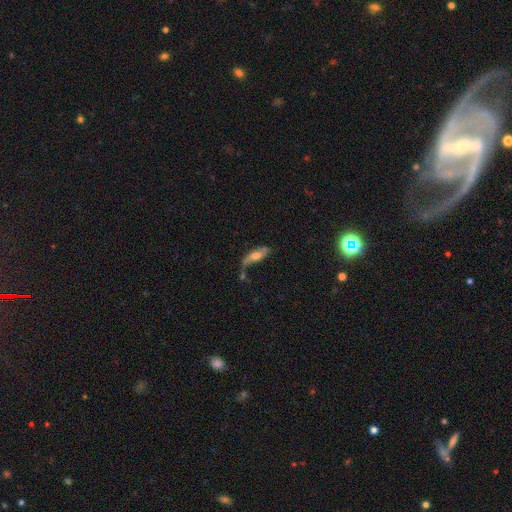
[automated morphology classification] A smooth galaxy with no disk features (47%). Merging: none (36%).